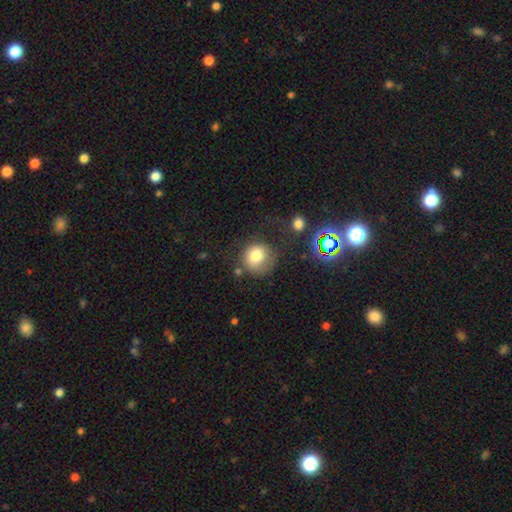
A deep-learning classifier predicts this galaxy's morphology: Smooth or featured? smooth (76%)
How rounded? round (84%)
Merging? none (56%)